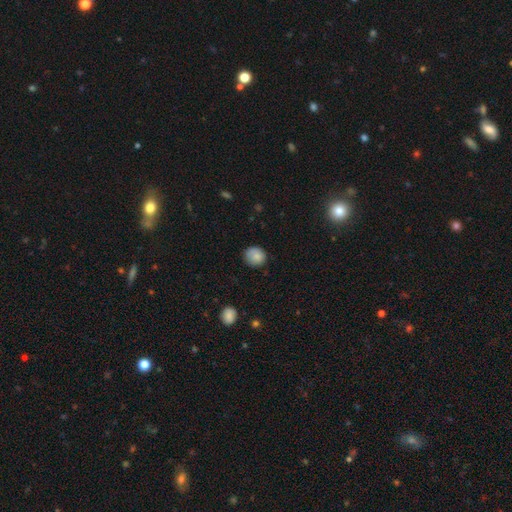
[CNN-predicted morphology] Smooth or featured?
  - smooth: 83% *
  - star or artifact: 8%
  - featured or disk: 8%
How rounded?
  - round: 84% *
  - in between: 15%
  - cigar-shaped: 1%
Merging?
  - none: 76% *
  - minor disturbance: 19%
  - major disturbance: 4%
  - merger: 1%